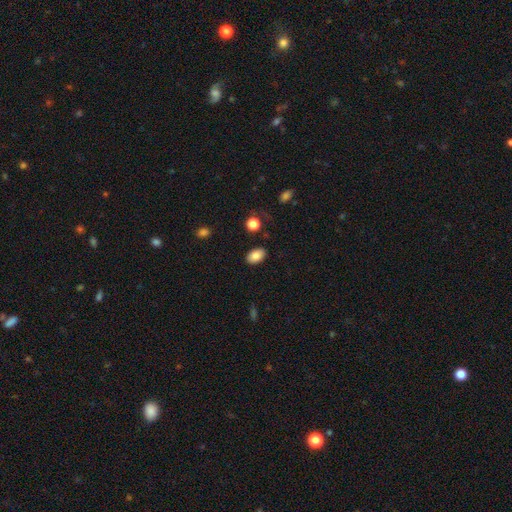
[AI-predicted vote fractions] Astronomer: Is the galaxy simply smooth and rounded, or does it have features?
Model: smooth — 85%.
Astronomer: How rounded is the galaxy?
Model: in between — 90%.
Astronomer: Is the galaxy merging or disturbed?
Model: none — 87%.